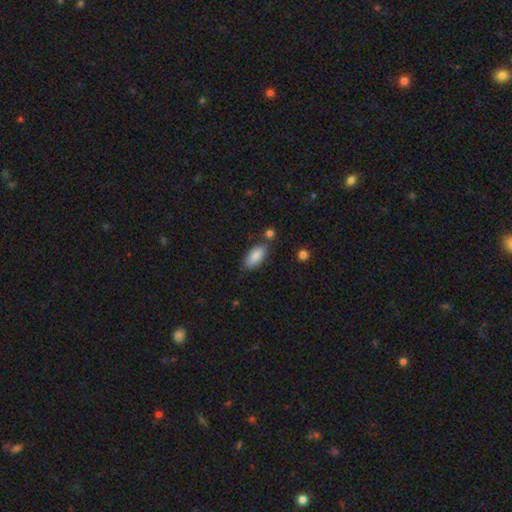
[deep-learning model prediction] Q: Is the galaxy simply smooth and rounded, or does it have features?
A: smooth — 86%.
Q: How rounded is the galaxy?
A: in between — 87%.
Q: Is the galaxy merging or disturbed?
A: none — 72%.